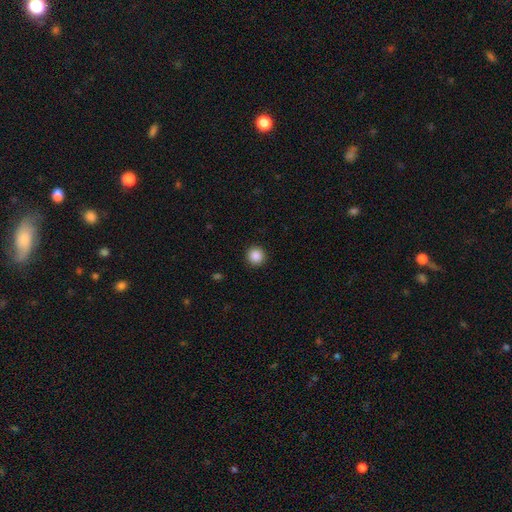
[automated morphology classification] Overall: smooth (88%). How rounded: round (95%). Merging: none (93%).